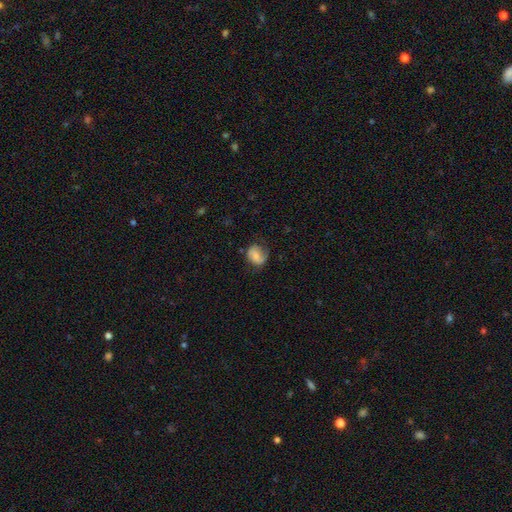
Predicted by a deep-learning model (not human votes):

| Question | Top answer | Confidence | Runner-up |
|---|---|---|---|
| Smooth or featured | smooth | 54% | featured or disk (38%) |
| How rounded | in between | 50% | round (49%) |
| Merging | none | 51% | minor disturbance (29%) |